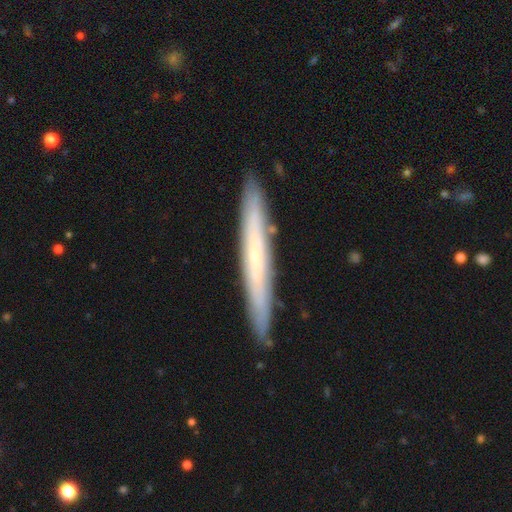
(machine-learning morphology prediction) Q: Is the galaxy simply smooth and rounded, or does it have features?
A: featured or disk — 57%.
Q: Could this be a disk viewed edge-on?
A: yes — 89%.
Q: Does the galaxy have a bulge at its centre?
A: none — 72%.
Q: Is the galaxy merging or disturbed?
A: none — 89%.